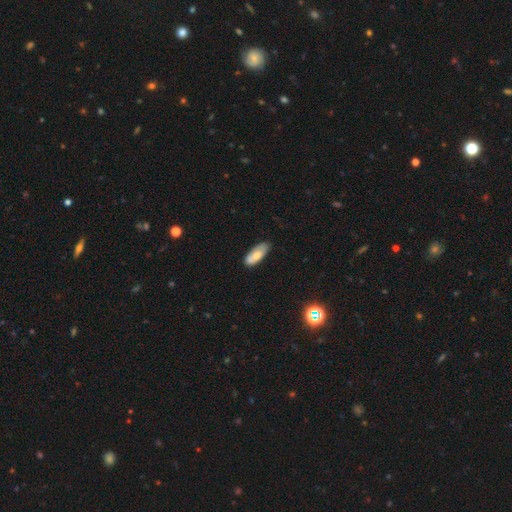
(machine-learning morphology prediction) Smooth or featured? smooth (70%)
How rounded? in between (77%)
Merging? none (74%)